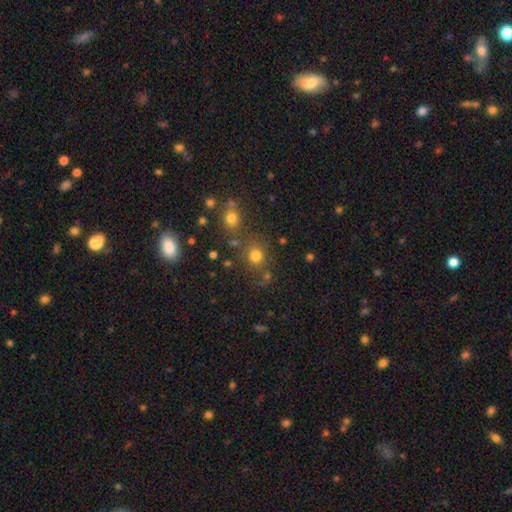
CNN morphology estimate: Smooth or featured?
  - smooth: 74% *
  - star or artifact: 18%
  - featured or disk: 8%
How rounded?
  - round: 82% *
  - in between: 17%
  - cigar-shaped: 1%
Merging?
  - none: 70% *
  - merger: 13%
  - minor disturbance: 12%
  - major disturbance: 6%